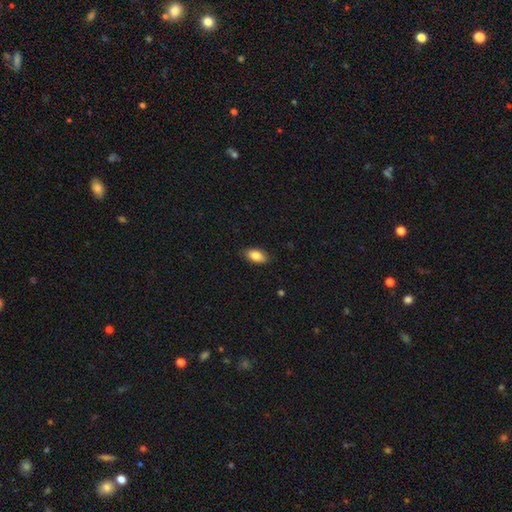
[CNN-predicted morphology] This is clearly a smooth galaxy (83%). How rounded: clearly in between (91%). Merging: clearly none (85%).